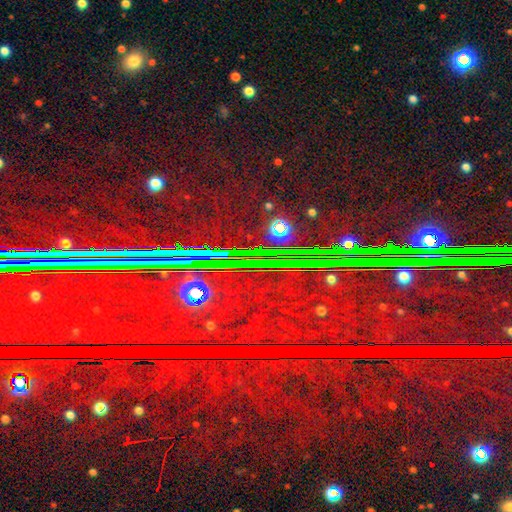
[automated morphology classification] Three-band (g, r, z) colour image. It shows a star or artifact, not a galaxy (86%).